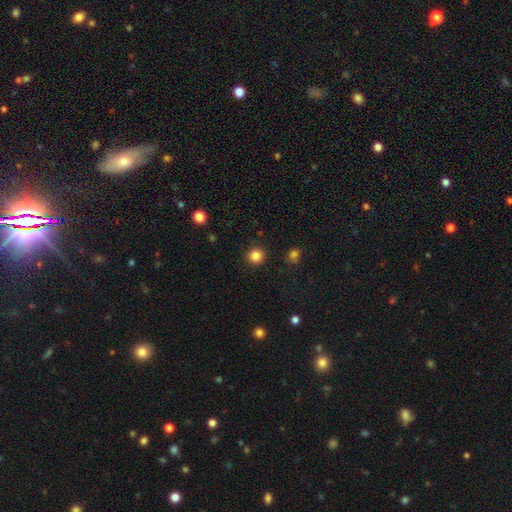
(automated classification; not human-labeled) smooth_or_featured: smooth (p=0.85) [alt: star or artifact p=0.12]
how_rounded: round (p=0.94) [alt: in between p=0.05]
merging: none (p=0.92) [alt: minor disturbance p=0.05]